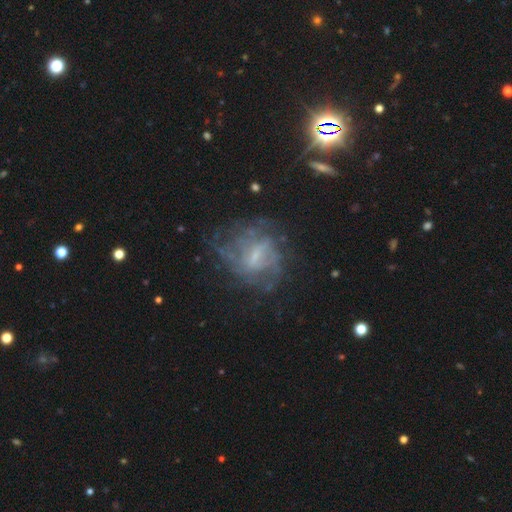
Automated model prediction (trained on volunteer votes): Morphology: type=featured or disk (73%); edge-on=no (97%); bar=weak (55%); spiral arms=yes (70%); bulge=small (56%); merging=none (58%).